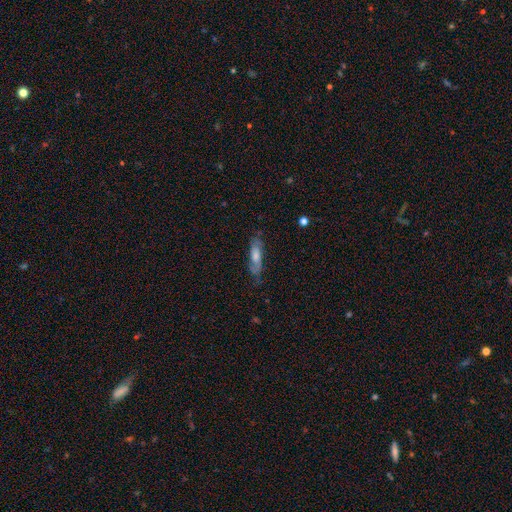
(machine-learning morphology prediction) Smooth or featured? featured or disk (52%)
Edge-on disk? no (56%)
Merging? none (70%)